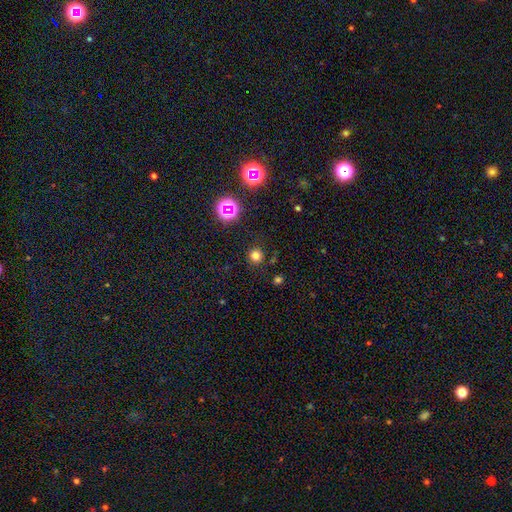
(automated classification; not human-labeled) Smooth or featured? Predicted: smooth (p=0.74). How rounded? Predicted: round (p=0.95). Merging? Predicted: none (p=0.88).